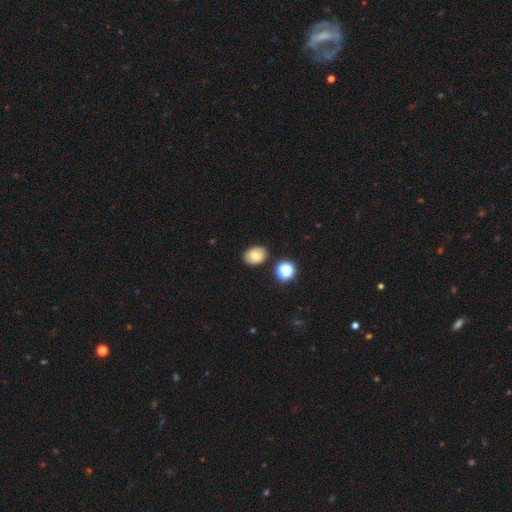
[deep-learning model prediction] smooth-or-featured: smooth: 70% | featured or disk: 18% | star or artifact: 12%
  how-rounded: in between: 63% | round: 36% | cigar-shaped: 1%
  merging: none: 82% | minor disturbance: 11% | merger: 3% | major disturbance: 3%